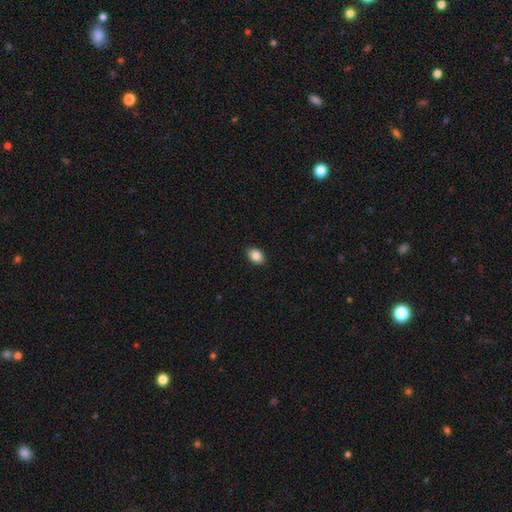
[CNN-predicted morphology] This appears to be a smooth galaxy with no disk features (87%) that is in between round and cigar-shaped (80%). Merging: none (90%).